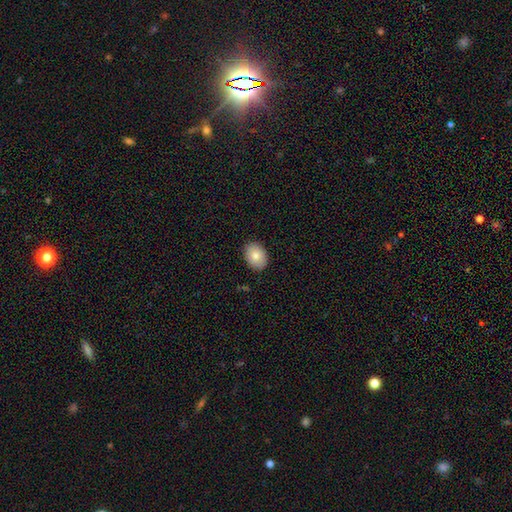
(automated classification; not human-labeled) Smooth or featured? Predicted: smooth (p=0.81). How rounded? Predicted: in between (p=0.74). Merging? Predicted: none (p=0.89).